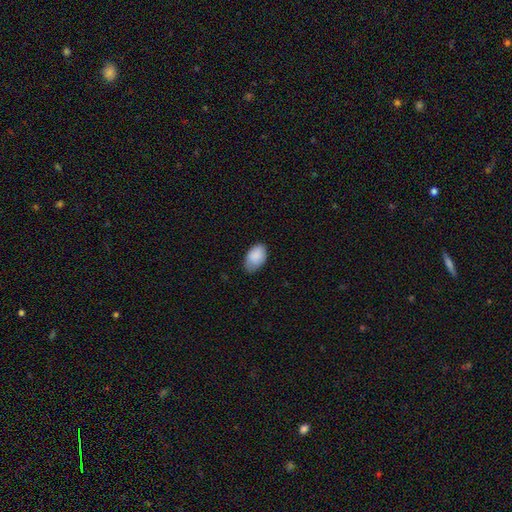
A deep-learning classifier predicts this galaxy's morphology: This is clearly a smooth galaxy (87%). How rounded: clearly in between (92%). Merging: likely none (67%).